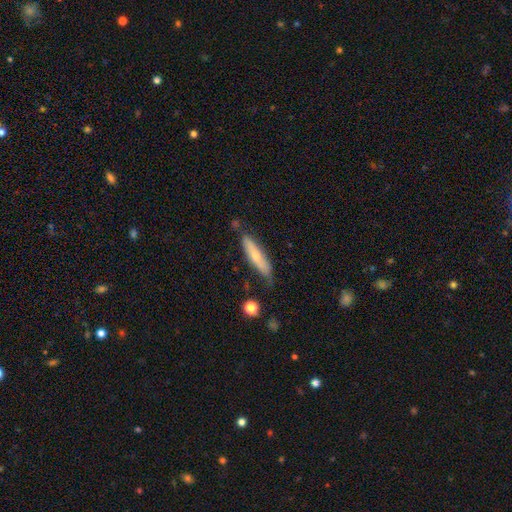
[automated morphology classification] smooth_or_featured: smooth (p=0.60) [alt: featured or disk p=0.34]
how_rounded: cigar-shaped (p=0.80) [alt: in between p=0.19]
merging: none (p=0.69) [alt: minor disturbance p=0.23]